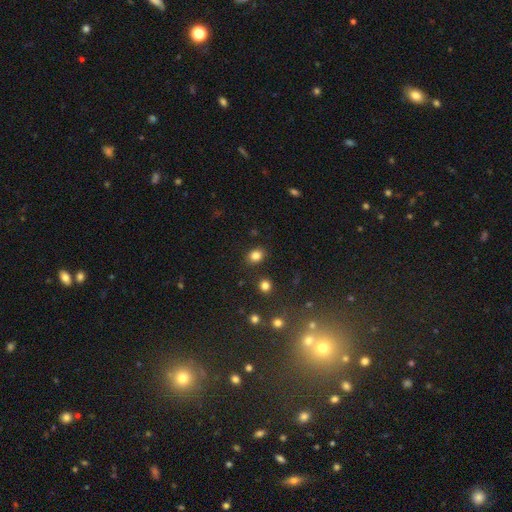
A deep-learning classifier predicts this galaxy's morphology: A smooth galaxy with no disk features (83%) that is round (50%). Merging: none (86%).